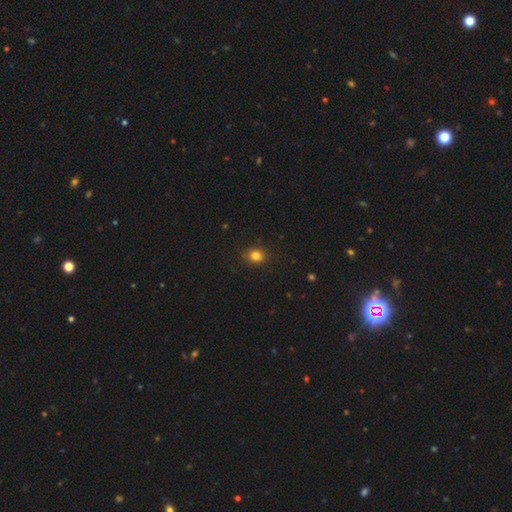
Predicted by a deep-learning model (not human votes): This is clearly a smooth galaxy (82%). How rounded: likely round (63%). Merging: clearly none (88%).